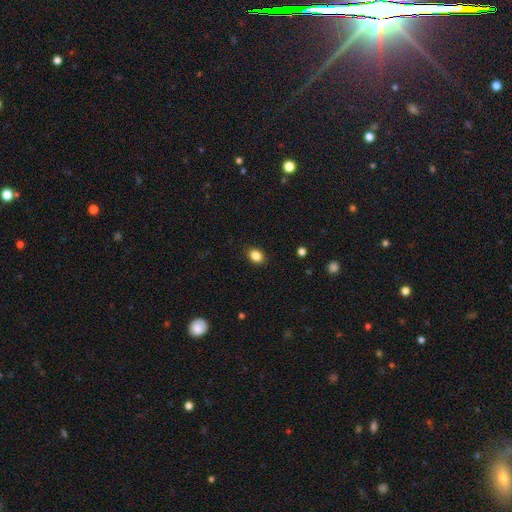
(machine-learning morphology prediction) smooth_or_featured: smooth (p=0.86) [alt: star or artifact p=0.10]
how_rounded: in between (p=0.63) [alt: round p=0.36]
merging: none (p=0.89) [alt: minor disturbance p=0.08]